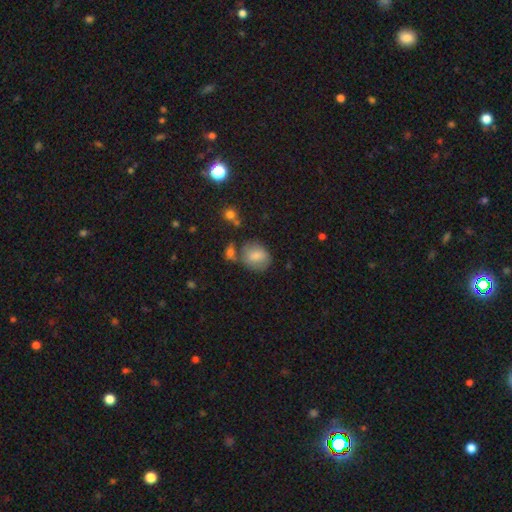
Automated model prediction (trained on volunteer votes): A smooth galaxy with no disk features (75%) that is round (62%).

Vote fractions:
- Smooth or featured? smooth: 75% / featured or disk: 16% / star or artifact: 9%
- How rounded? round: 62% / in between: 37% / cigar-shaped: 1%
- Merging? none: 57% / minor disturbance: 20% / merger: 16% / major disturbance: 7%